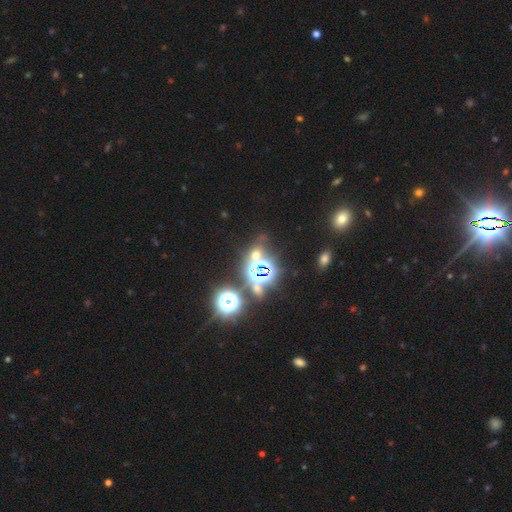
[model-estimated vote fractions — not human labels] Smooth or featured: star or artifact — 64% (smooth — 27%)